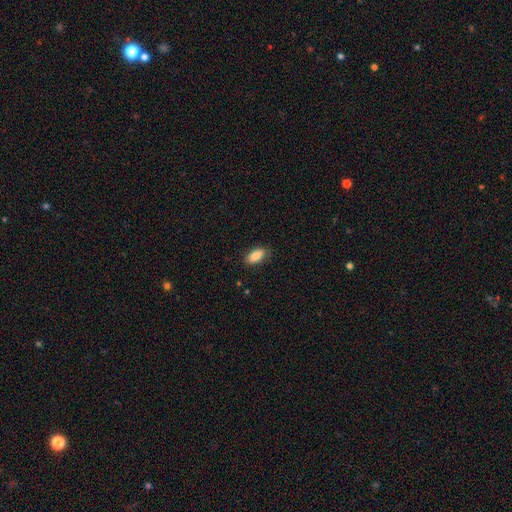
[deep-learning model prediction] Smooth or featured? smooth (87%)
How rounded? in between (91%)
Merging? none (83%)